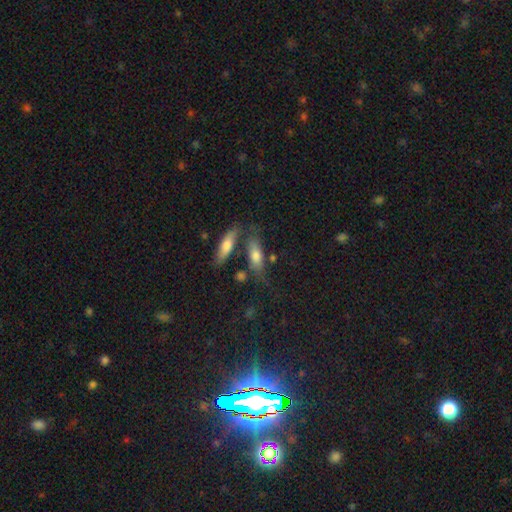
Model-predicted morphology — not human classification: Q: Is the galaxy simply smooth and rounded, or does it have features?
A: smooth — 68%.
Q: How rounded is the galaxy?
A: in between — 59%.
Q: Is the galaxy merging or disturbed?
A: none — 56%.